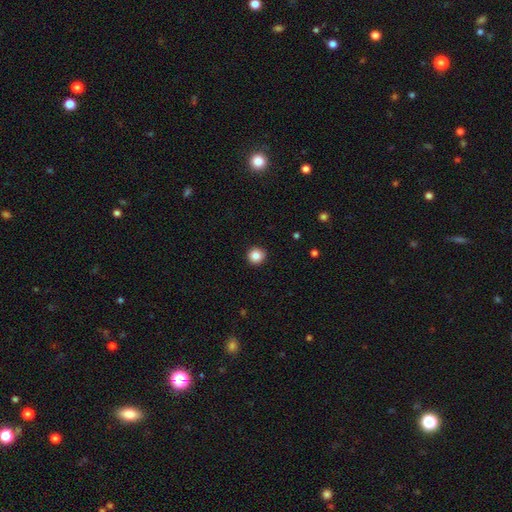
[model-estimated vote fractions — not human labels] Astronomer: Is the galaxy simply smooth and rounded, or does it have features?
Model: smooth — 85%.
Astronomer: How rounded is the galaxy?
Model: round — 94%.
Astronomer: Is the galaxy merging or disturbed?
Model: none — 93%.